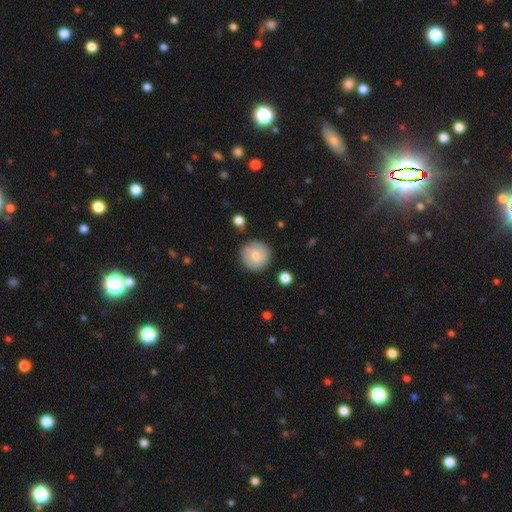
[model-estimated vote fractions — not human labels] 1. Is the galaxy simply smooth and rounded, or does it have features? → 70% smooth, 23% featured or disk, 7% star or artifact.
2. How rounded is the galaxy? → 93% round, 6% in between, 1% cigar-shaped.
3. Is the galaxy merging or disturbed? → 82% none, 12% minor disturbance, 3% major disturbance, 2% merger.